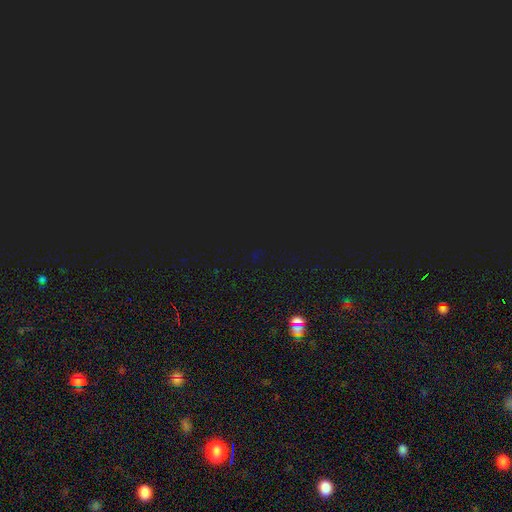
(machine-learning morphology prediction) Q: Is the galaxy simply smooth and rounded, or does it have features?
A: star or artifact — 79%.